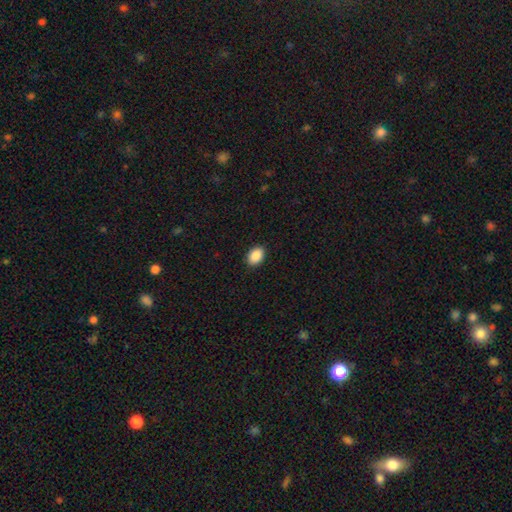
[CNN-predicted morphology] Smooth or featured: smooth — 89% (star or artifact — 8%)
How rounded: in between — 81% (round — 18%)
Merging: none — 90% (minor disturbance — 7%)